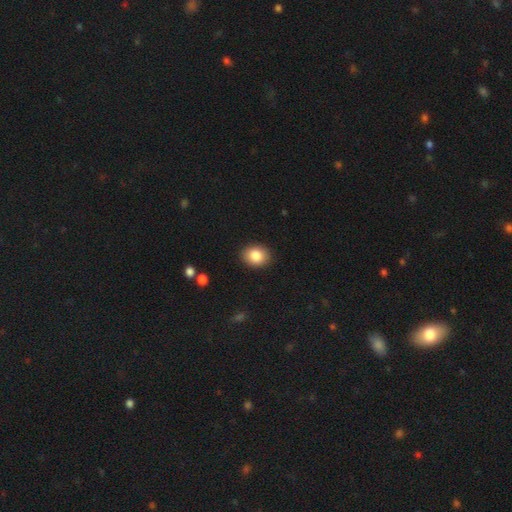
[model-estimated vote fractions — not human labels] Smooth or featured: smooth — 85% (star or artifact — 8%)
How rounded: in between — 53% (round — 46%)
Merging: none — 89% (minor disturbance — 8%)